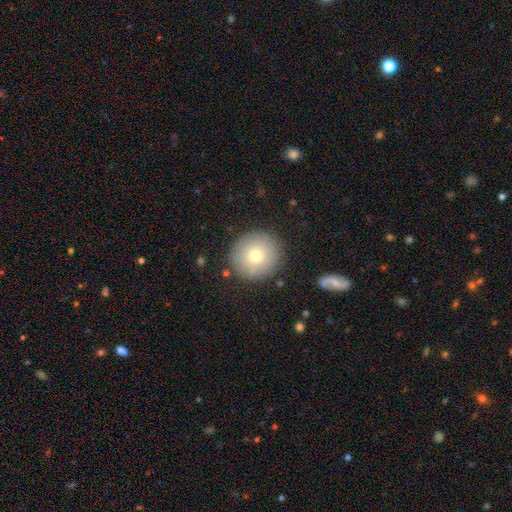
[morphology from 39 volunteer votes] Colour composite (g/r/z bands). It shows a smooth galaxy with no disk features (85%) that is round (85%). Merging: none (92%).